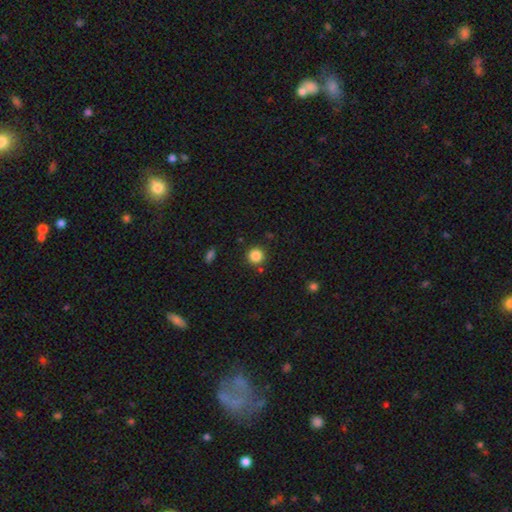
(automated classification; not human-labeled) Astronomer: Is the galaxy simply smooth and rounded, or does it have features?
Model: smooth — 85%.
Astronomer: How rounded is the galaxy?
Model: round — 93%.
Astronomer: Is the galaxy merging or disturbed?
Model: none — 86%.